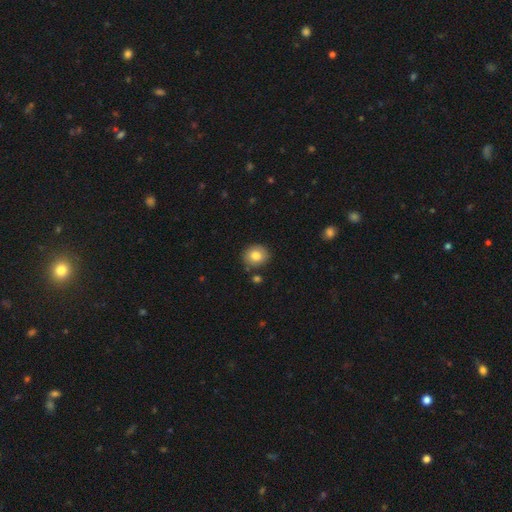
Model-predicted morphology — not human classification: smooth 81%, featured or disk 10%, star or artifact 9%. Down the decision tree: how rounded — round (75%); merging — none (84%).